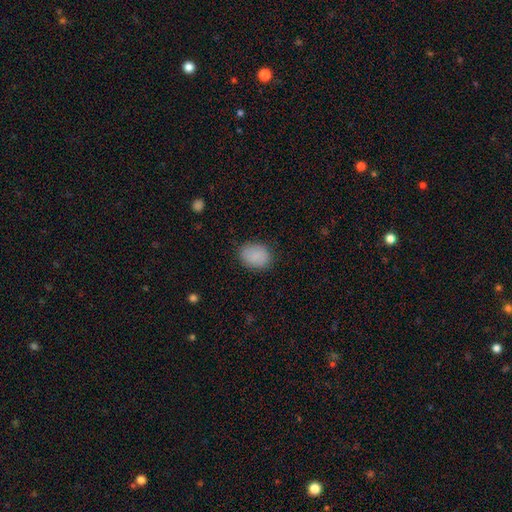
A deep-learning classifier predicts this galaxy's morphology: Smooth or featured? smooth (88%)
How rounded? in between (56%)
Merging? none (85%)